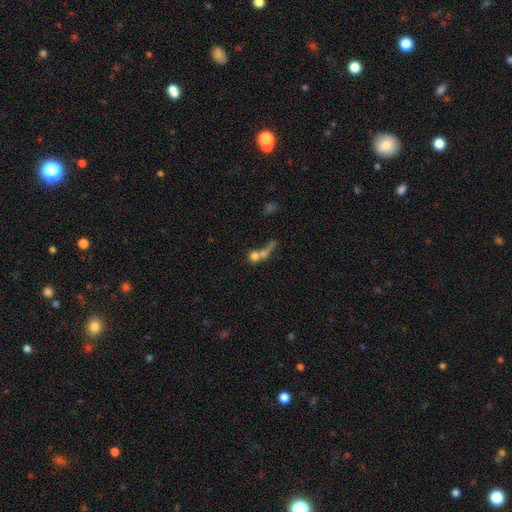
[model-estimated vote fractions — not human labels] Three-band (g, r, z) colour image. It shows a smooth galaxy with no disk features (59%) that is round (64%). Merging: merger (53%).